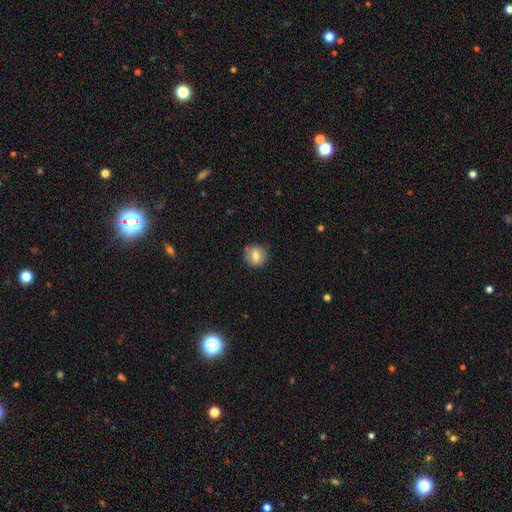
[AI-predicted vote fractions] Q: Smooth or featured?
A: smooth (72%); runner-up: featured or disk (19%)
Q: How rounded?
A: round (91%); runner-up: in between (8%)
Q: Merging?
A: none (87%); runner-up: minor disturbance (9%)